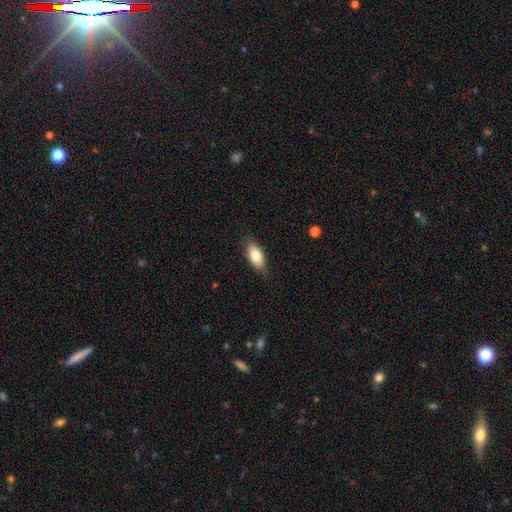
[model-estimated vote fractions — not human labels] This is likely a smooth galaxy (77%). How rounded: clearly in between (86%). Merging: clearly none (83%).